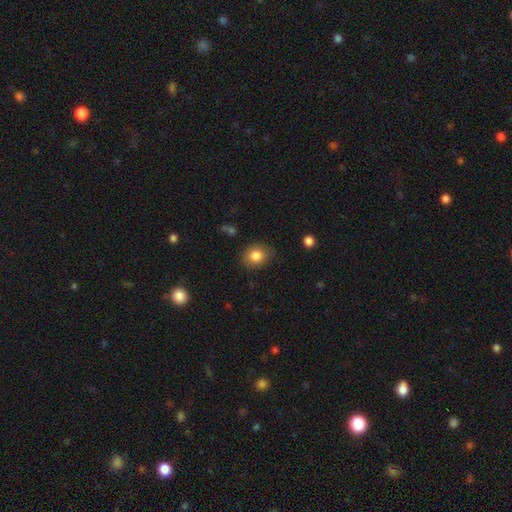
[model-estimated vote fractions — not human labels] Smooth or featured?
  - smooth: 83% *
  - star or artifact: 9%
  - featured or disk: 8%
How rounded?
  - round: 55% *
  - in between: 44%
  - cigar-shaped: 1%
Merging?
  - none: 80% *
  - minor disturbance: 15%
  - major disturbance: 4%
  - merger: 1%